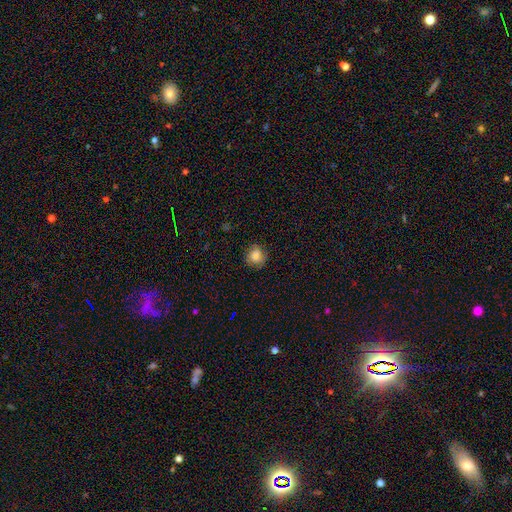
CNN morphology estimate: A smooth galaxy with no disk features (77%) that is round (84%). Merging: none (78%).